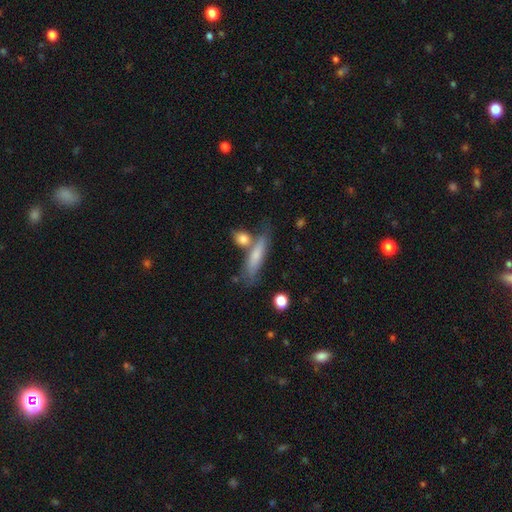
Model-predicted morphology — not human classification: smooth 69%, featured or disk 24%, star or artifact 7%. Down the decision tree: how rounded — cigar-shaped (73%); merging — none (56%).